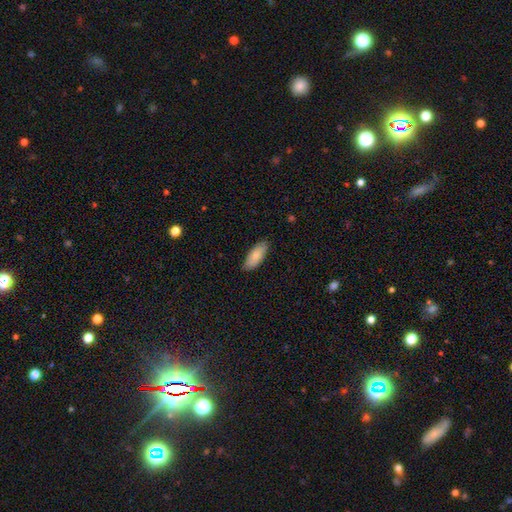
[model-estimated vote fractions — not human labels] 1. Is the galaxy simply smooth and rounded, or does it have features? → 80% smooth, 14% featured or disk, 6% star or artifact.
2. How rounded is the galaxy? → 83% in between, 16% cigar-shaped, 2% round.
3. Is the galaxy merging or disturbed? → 85% none, 12% minor disturbance, 2% major disturbance, 1% merger.